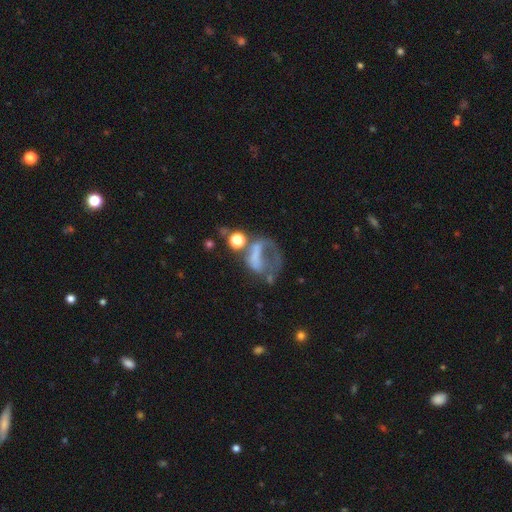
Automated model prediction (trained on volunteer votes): Smooth or featured?
  - featured or disk: 44% *
  - smooth: 36%
  - star or artifact: 20%
Merging?
  - major disturbance: 50% *
  - none: 22%
  - merger: 15%
  - minor disturbance: 13%